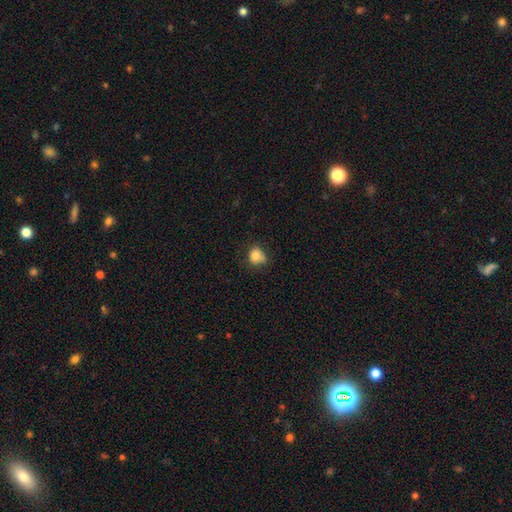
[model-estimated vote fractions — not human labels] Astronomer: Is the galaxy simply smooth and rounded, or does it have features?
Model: smooth — 82%.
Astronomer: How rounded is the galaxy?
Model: round — 68%.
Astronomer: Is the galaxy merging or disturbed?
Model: none — 59%.